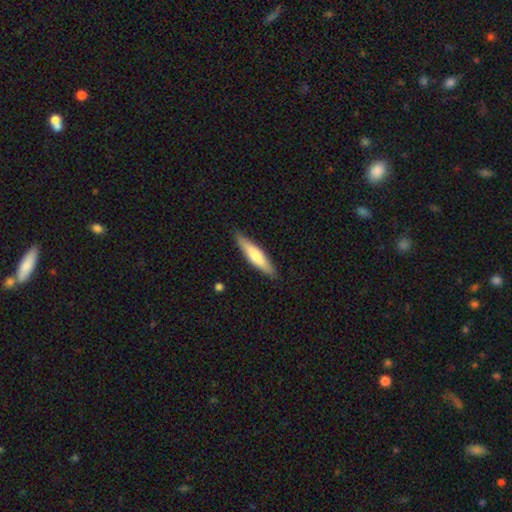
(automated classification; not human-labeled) smooth-or-featured: smooth: 66% | featured or disk: 29% | star or artifact: 5%
  how-rounded: cigar-shaped: 80% | in between: 18% | round: 1%
  merging: none: 88% | minor disturbance: 9% | major disturbance: 2% | merger: 1%